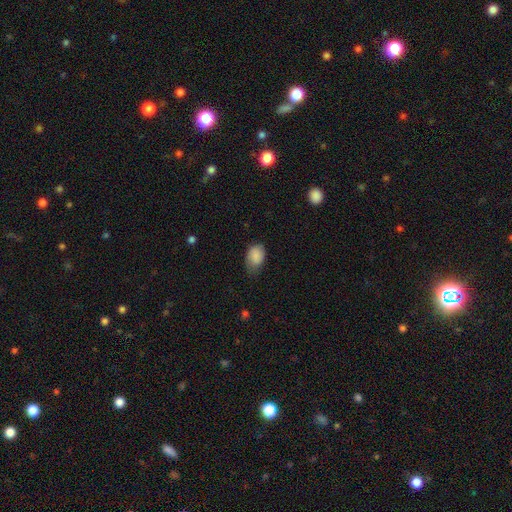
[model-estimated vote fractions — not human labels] smooth-or-featured: smooth: 85% | featured or disk: 8% | star or artifact: 7%
  how-rounded: in between: 85% | round: 14% | cigar-shaped: 1%
  merging: none: 53% | minor disturbance: 36% | major disturbance: 10% | merger: 1%